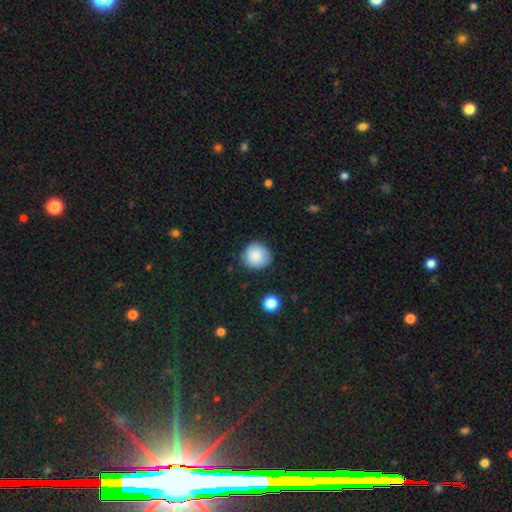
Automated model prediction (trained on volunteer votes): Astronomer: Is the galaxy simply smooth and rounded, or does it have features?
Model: smooth — 86%.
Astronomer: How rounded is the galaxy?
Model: round — 89%.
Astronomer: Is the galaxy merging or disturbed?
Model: none — 80%.